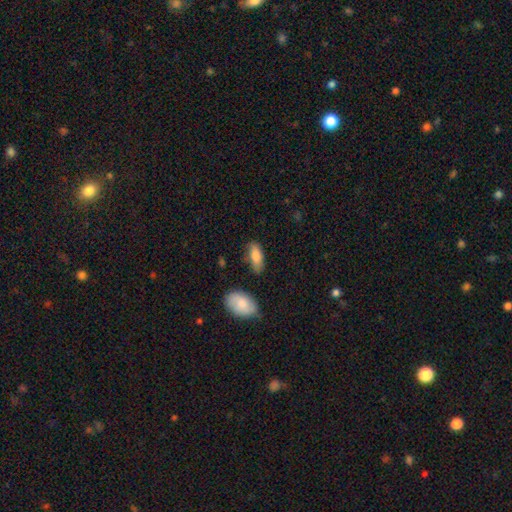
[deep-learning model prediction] Smooth or featured: smooth — 81% (featured or disk — 12%)
How rounded: in between — 80% (cigar-shaped — 17%)
Merging: none — 69% (minor disturbance — 21%)